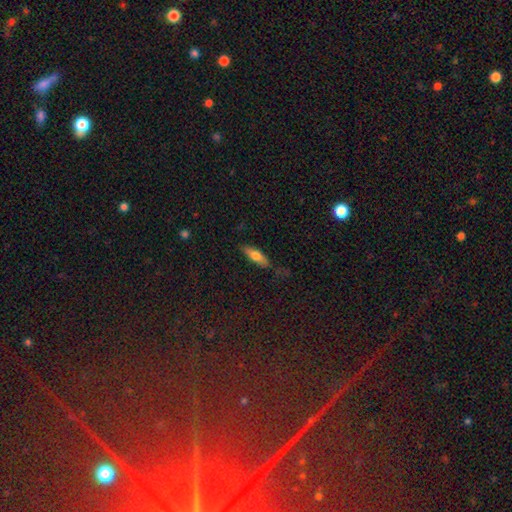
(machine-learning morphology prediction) type=smooth (64%); roundness=cigar-shaped (51%); merging=none (77%).